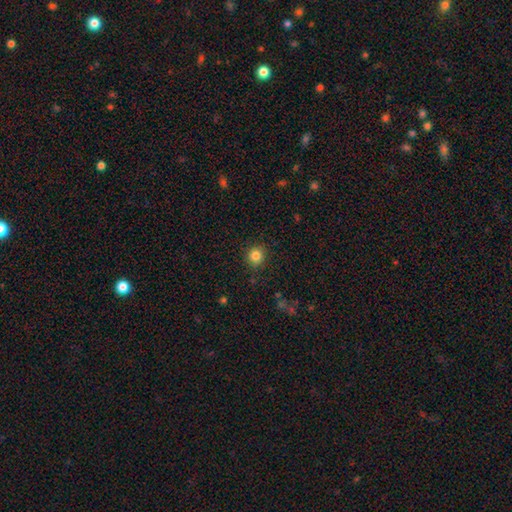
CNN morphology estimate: Overall: smooth (83%). How rounded: round (90%). Merging: none (89%).